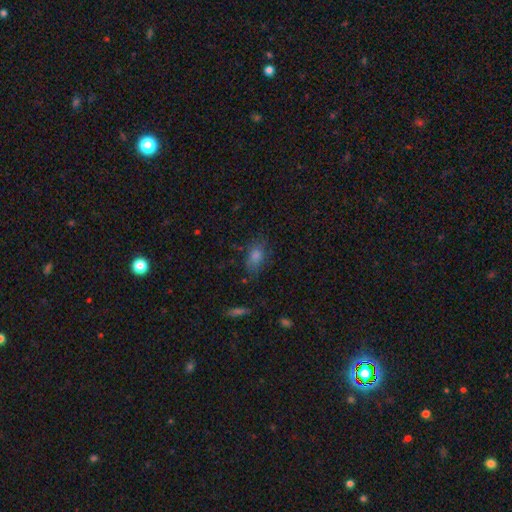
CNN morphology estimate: A smooth galaxy with no disk features (72%) that is in between round and cigar-shaped (81%).

Vote fractions:
- Smooth or featured? smooth: 72% / star or artifact: 16% / featured or disk: 13%
- How rounded? in between: 81% / round: 11% / cigar-shaped: 8%
- Merging? none: 76% / minor disturbance: 17% / major disturbance: 5% / merger: 2%